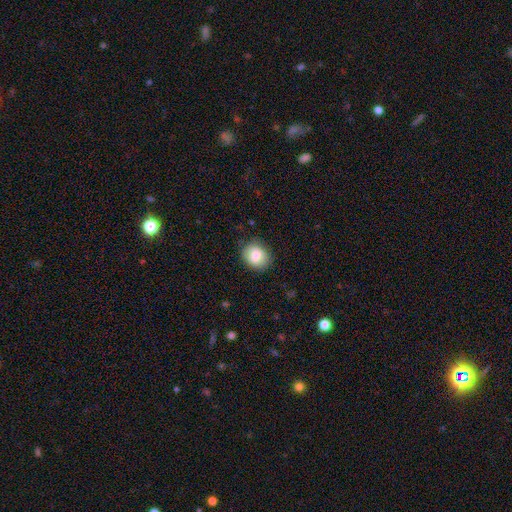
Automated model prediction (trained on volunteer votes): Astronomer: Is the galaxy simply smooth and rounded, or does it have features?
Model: smooth — 82%.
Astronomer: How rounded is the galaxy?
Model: round — 62% (runner-up: in between, 37%).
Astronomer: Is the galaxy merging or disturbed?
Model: none — 85%.